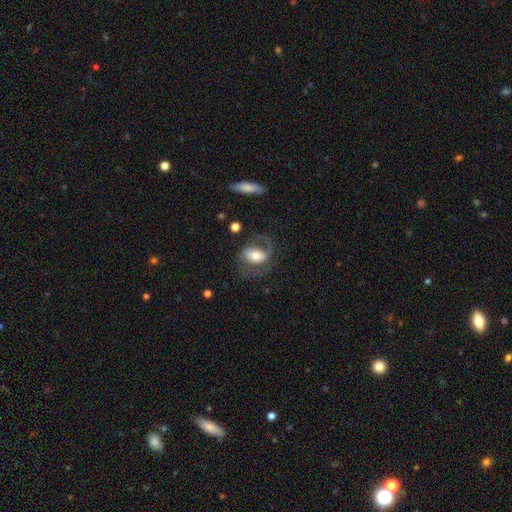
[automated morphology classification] smooth_or_featured: featured or disk (p=0.64) [alt: smooth p=0.29]
disk_edge_on: no (p=0.95) [alt: yes p=0.05]
bar: no (p=0.38) [alt: weak p=0.34]
has_spiral_arms: yes (p=0.84) [alt: no p=0.16]
spiral_winding: medium (p=0.49) [alt: loose p=0.33]
spiral_arm_count: 2 (p=0.81) [alt: 1 p=0.10]
bulge_size: moderate (p=0.59) [alt: small p=0.20]
merging: none (p=0.60) [alt: major disturbance p=0.20]